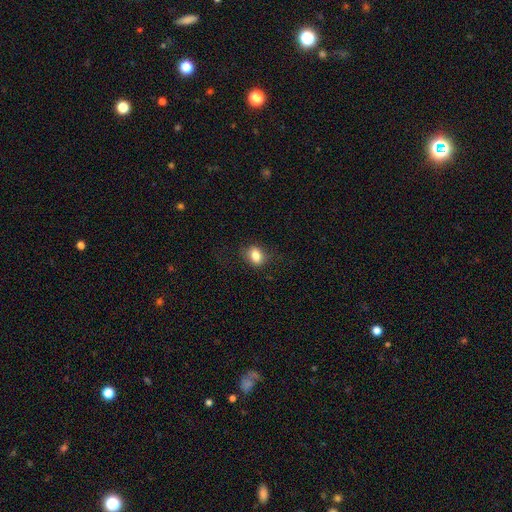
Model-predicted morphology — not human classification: Overall: smooth (82%). How rounded: in between (63%; round 35%). Merging: none (78%).